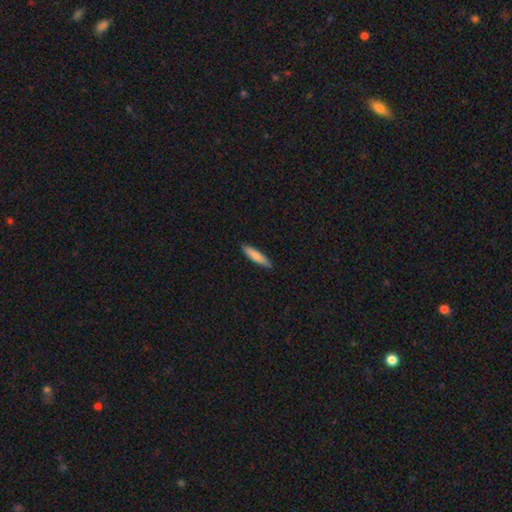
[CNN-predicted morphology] A smooth galaxy with no disk features (81%) that is cigar-shaped (81%). Merging: none (89%).